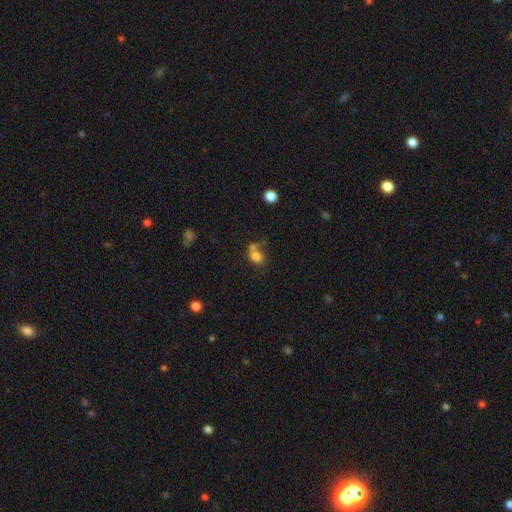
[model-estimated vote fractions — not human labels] smooth 78%, star or artifact 12%, featured or disk 10%. Down the decision tree: how rounded — in between (52%); merging — merger (41%).